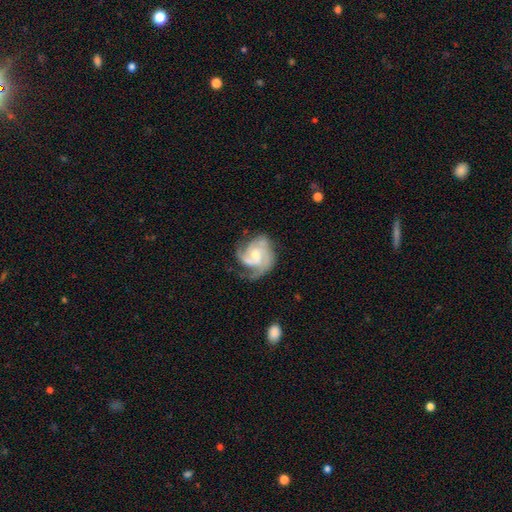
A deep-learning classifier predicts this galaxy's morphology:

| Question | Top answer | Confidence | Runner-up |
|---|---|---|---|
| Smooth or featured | featured or disk | 86% | smooth (9%) |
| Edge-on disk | no | 98% | yes (2%) |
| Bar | no | 64% | weak (31%) |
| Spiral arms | yes | 96% | no (4%) |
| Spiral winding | tight | 46% | medium (43%) |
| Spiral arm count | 3 | 48% | 2 (24%) |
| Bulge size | moderate | 49% | small (44%) |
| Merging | none | 58% | minor disturbance (24%) |